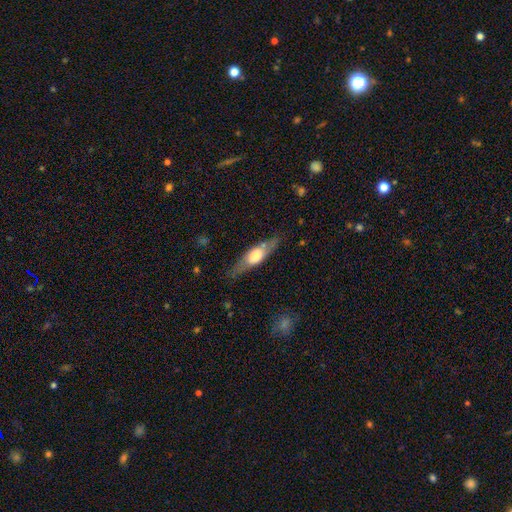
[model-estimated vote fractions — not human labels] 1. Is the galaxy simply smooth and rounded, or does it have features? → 50% featured or disk, 44% smooth, 6% star or artifact.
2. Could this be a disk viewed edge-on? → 80% yes, 20% no.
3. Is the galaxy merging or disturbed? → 76% none, 17% minor disturbance, 5% major disturbance, 2% merger.